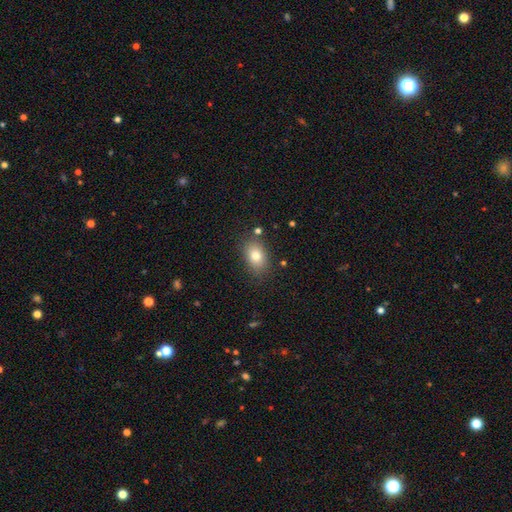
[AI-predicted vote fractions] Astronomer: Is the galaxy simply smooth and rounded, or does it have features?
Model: smooth — 78%.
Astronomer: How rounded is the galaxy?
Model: in between — 79%.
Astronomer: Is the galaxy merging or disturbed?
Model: none — 81%.